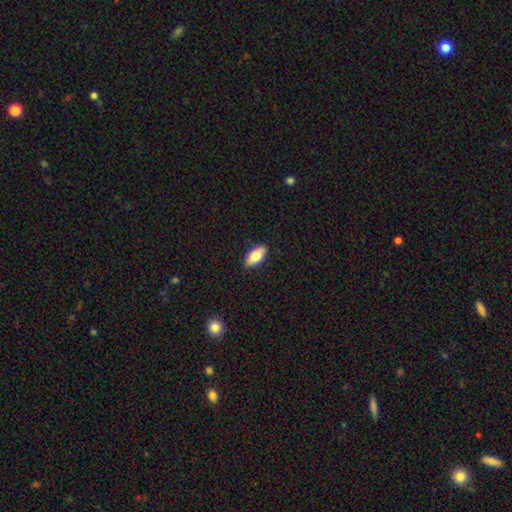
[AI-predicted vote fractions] A smooth galaxy with no disk features (79%) that is in between round and cigar-shaped (87%).

Vote fractions:
- Smooth or featured? smooth: 79% / featured or disk: 15% / star or artifact: 6%
- How rounded? in between: 87% / cigar-shaped: 10% / round: 3%
- Merging? none: 89% / minor disturbance: 8% / major disturbance: 2% / merger: 1%